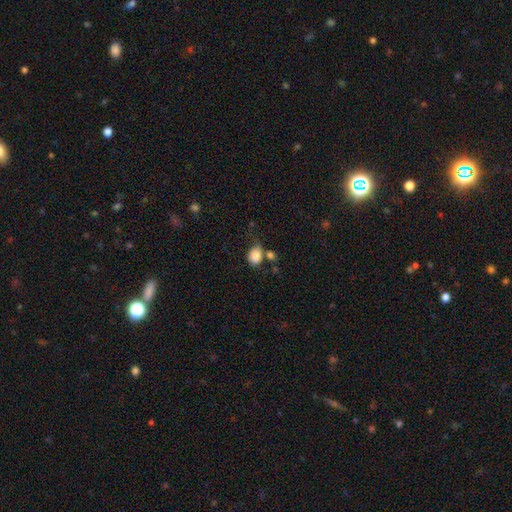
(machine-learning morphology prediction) Overall: smooth (82%). How rounded: in between (60%; round 39%). Merging: none (42%; minor disturbance 24%).